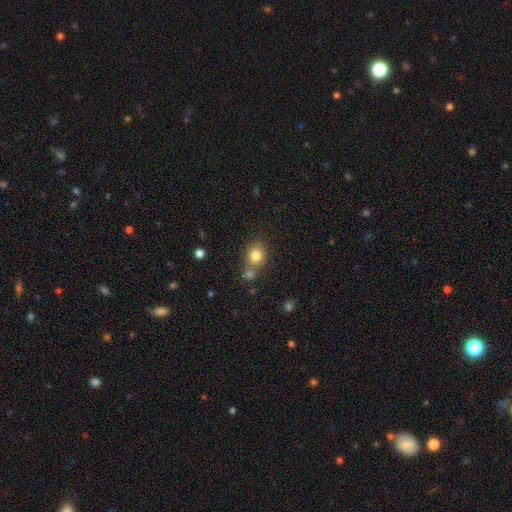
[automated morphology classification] Overall: smooth (80%). How rounded: round (75%). Merging: none (58%; merger 28%).